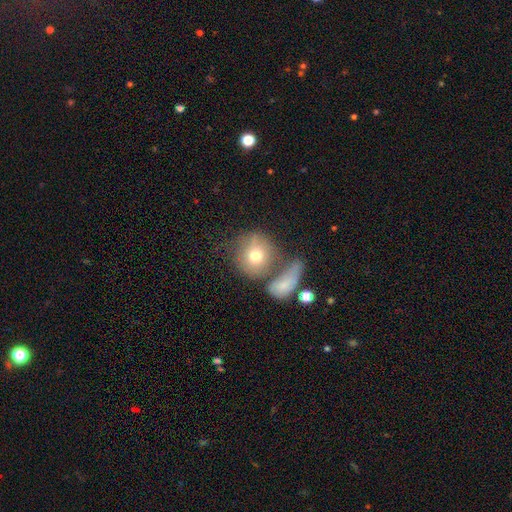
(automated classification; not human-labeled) smooth_or_featured: smooth (p=0.69) [alt: featured or disk p=0.21]
how_rounded: round (p=0.86) [alt: in between p=0.12]
merging: none (p=0.48) [alt: merger p=0.27]